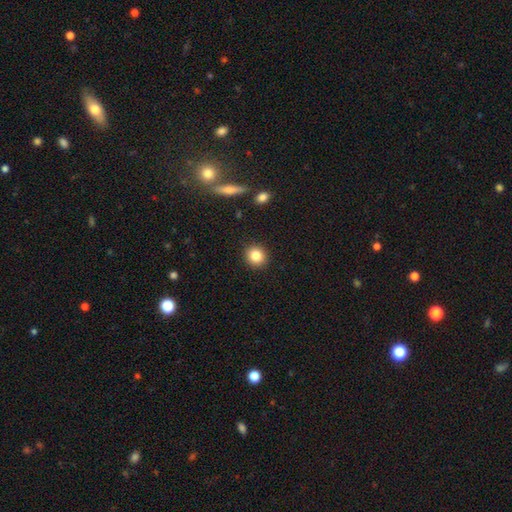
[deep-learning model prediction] This is clearly a smooth galaxy (84%). How rounded: clearly round (87%). Merging: clearly none (91%).